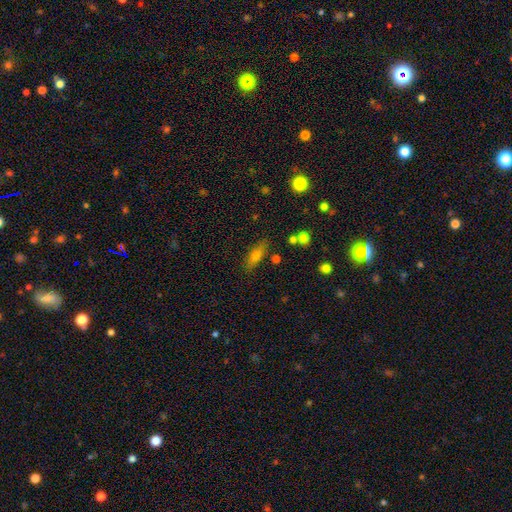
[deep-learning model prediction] Morphology: type=smooth (71%); roundness=in between (64%); merging=none (77%).